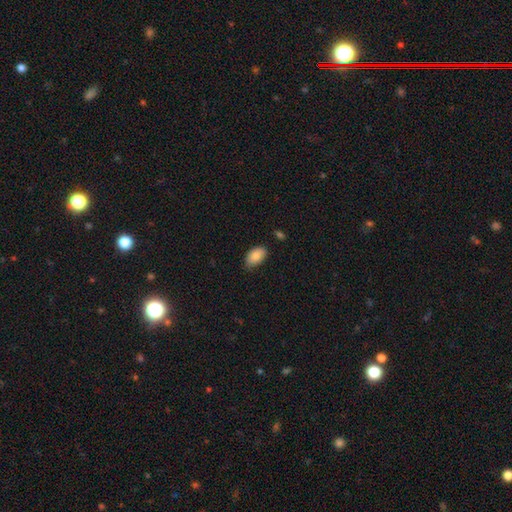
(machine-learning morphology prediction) Smooth or featured: smooth — 86% (featured or disk — 8%)
How rounded: in between — 94% (round — 5%)
Merging: none — 76% (minor disturbance — 19%)